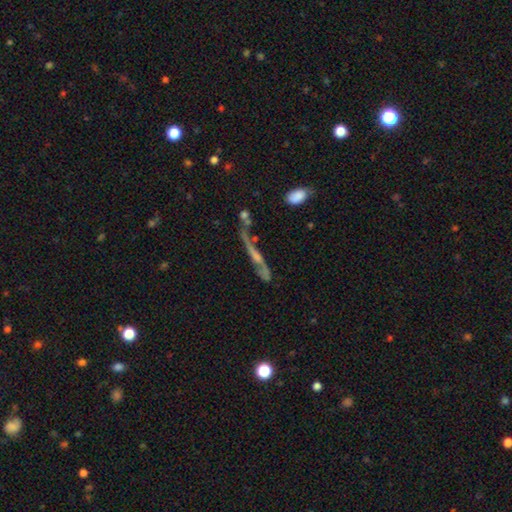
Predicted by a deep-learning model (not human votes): The model was most divided on "edge-on disk": yes: 53%, no: 47%. Remaining: smooth or featured — featured or disk (66%); merging — none (37%).